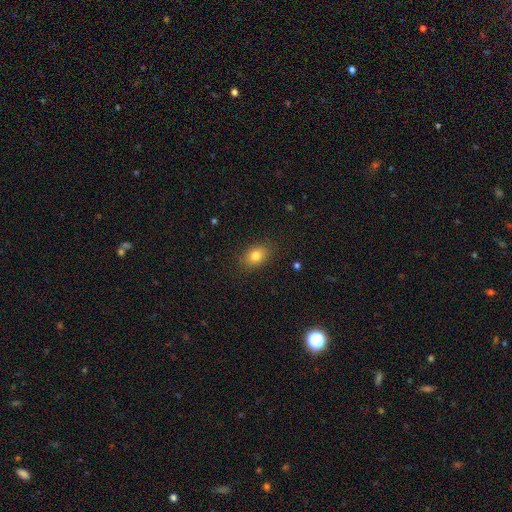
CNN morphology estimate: The model was most divided on "how rounded": in between: 80%, round: 18%, cigar-shaped: 2%. More confident: merging — none (86%); smooth or featured — smooth (81%).